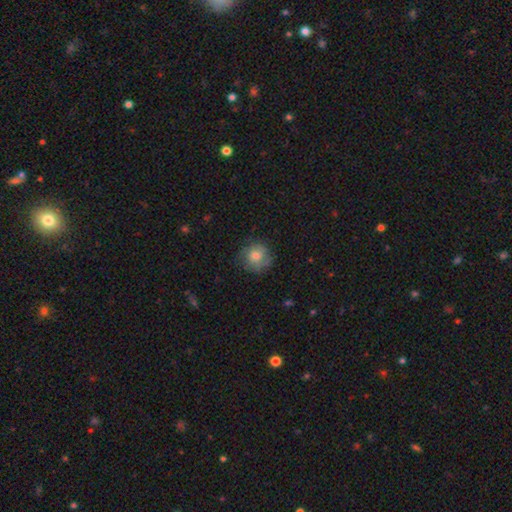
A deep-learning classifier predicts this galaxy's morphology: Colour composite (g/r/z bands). It shows a smooth galaxy with no disk features (70%) that is round (87%). Merging: none (71%).